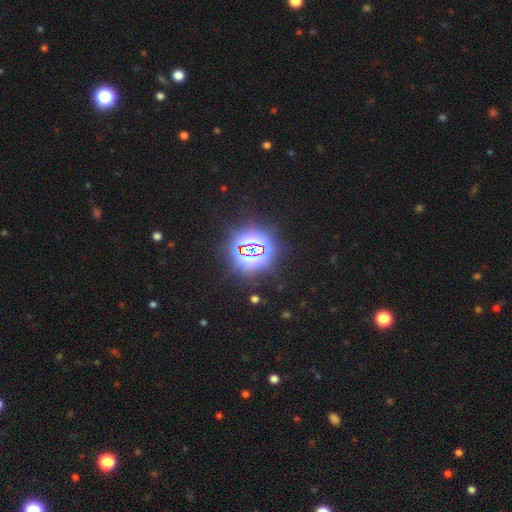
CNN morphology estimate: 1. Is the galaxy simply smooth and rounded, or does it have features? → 81% star or artifact, 10% smooth, 9% featured or disk.